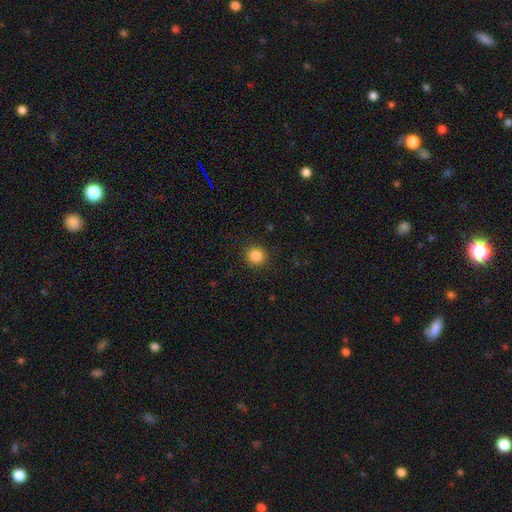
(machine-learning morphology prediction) Overall: smooth (86%). How rounded: round (92%). Merging: none (91%).